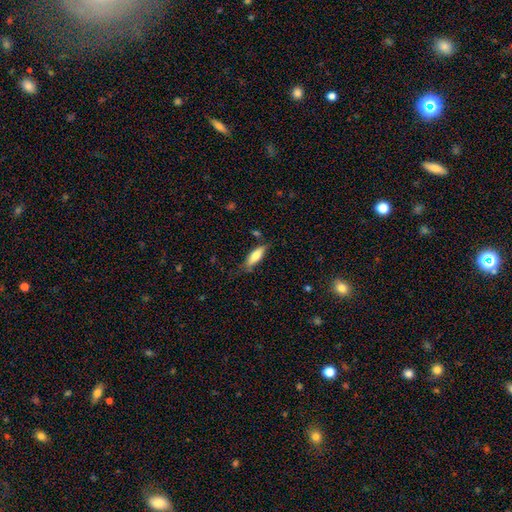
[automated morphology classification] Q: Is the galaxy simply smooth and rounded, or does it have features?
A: smooth — 69%.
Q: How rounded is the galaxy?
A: cigar-shaped — 53%.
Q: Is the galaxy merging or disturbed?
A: none — 71%.